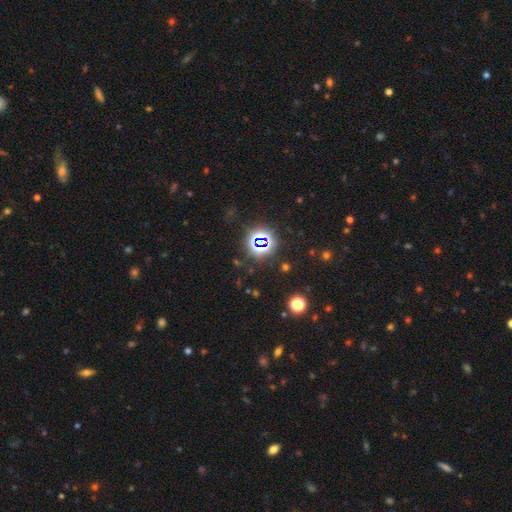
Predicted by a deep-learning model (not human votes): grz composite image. It shows a star or artifact, not a galaxy (77%).